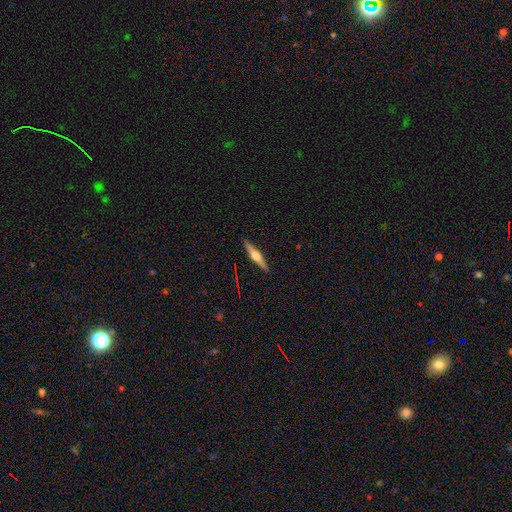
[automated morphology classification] smooth_or_featured: featured or disk (p=0.72) [alt: smooth p=0.23]
disk_edge_on: yes (p=0.98) [alt: no p=0.02]
edge_on_bulge: rounded (p=0.92) [alt: boxy p=0.05]
merging: none (p=0.91) [alt: minor disturbance p=0.06]